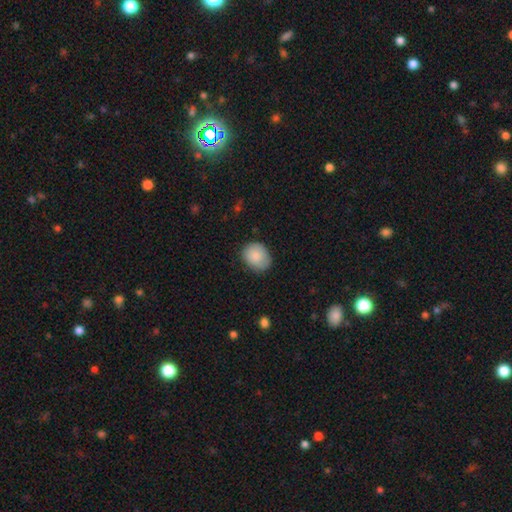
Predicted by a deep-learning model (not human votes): A smooth galaxy with no disk features (84%) that is round (56%). Merging: none (73%).